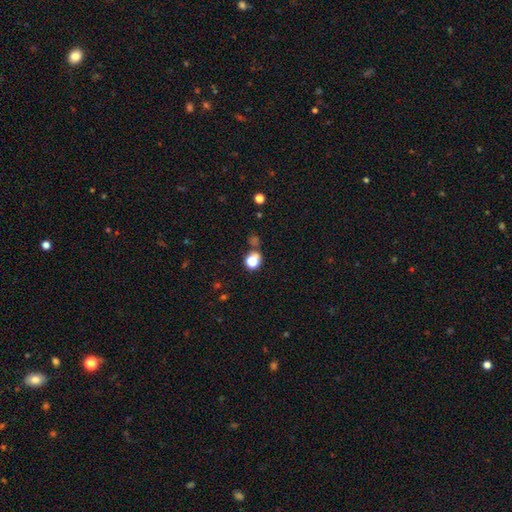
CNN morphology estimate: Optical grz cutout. It shows a smooth galaxy with no disk features (52%) that is round (72%). Merging: none (69%).